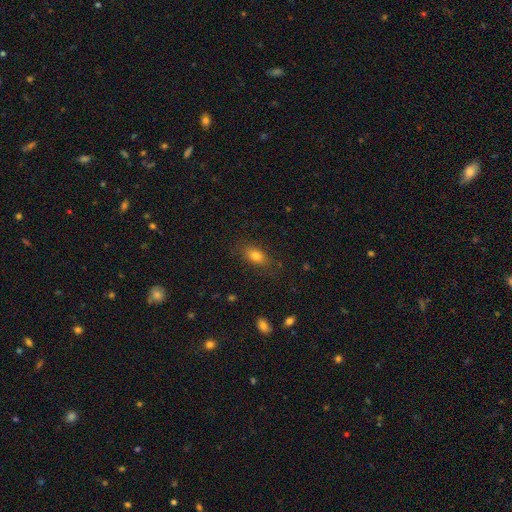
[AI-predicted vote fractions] Smooth or featured: smooth — 79% (star or artifact — 11%)
How rounded: in between — 83% (round — 9%)
Merging: none — 79% (minor disturbance — 14%)